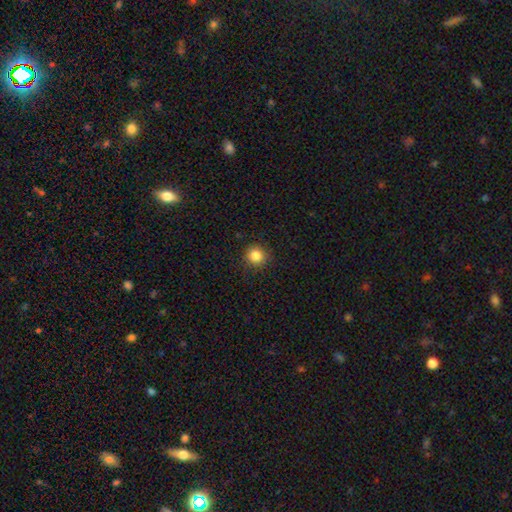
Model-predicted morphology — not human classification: smooth_or_featured: smooth (p=0.85) [alt: star or artifact p=0.11]
how_rounded: round (p=0.93) [alt: in between p=0.06]
merging: none (p=0.90) [alt: minor disturbance p=0.07]